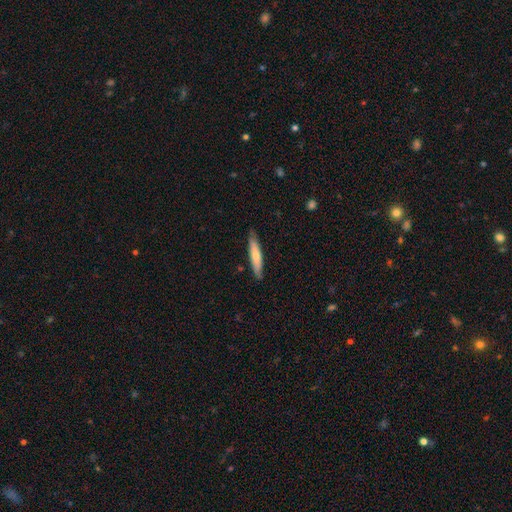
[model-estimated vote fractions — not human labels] The model was most divided on "smooth or featured": smooth: 64%, featured or disk: 31%, star or artifact: 5%. More confident: how rounded — cigar-shaped (85%); merging — none (83%).